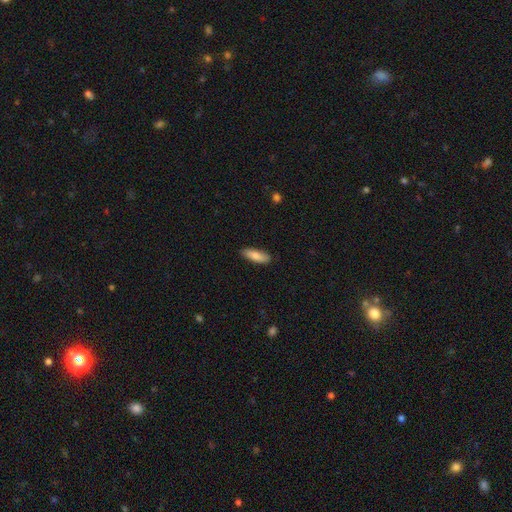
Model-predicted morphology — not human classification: smooth 82%, featured or disk 12%, star or artifact 6%. Down the decision tree: how rounded — in between (55%); merging — none (86%).